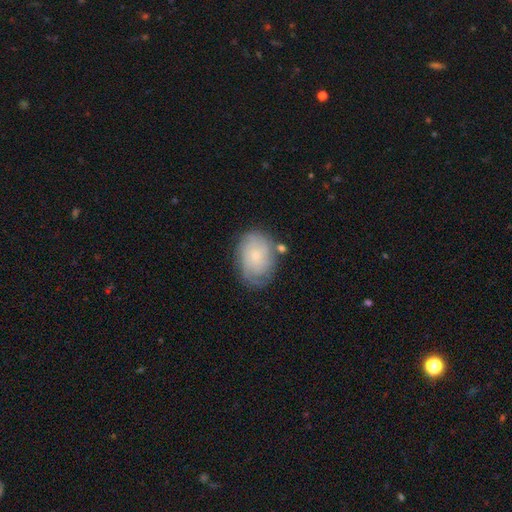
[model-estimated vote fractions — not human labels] A featured or disk galaxy (59%) with no bar (79%), spiral arms (87%) and a small central bulge (76%). Merging: none (69%).